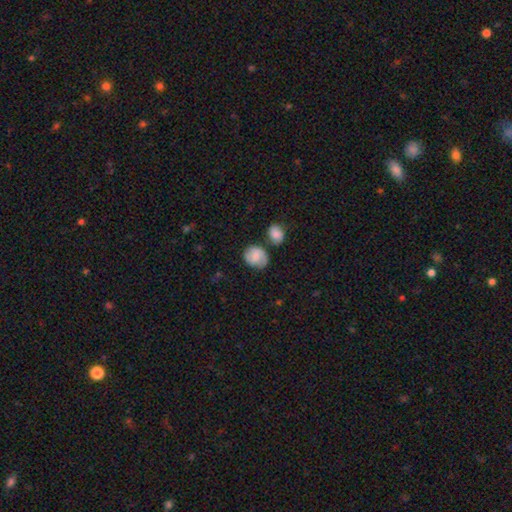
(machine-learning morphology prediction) smooth_or_featured: smooth (p=0.59) [alt: featured or disk p=0.32]
how_rounded: round (p=0.59) [alt: in between p=0.40]
merging: none (p=0.62) [alt: minor disturbance p=0.20]